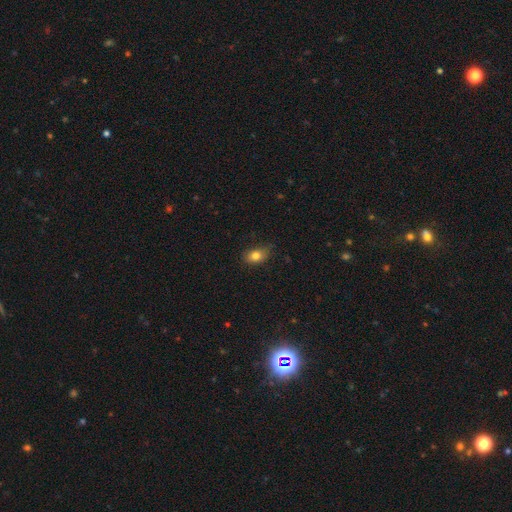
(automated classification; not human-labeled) Q: Smooth or featured?
A: smooth (81%); runner-up: star or artifact (11%)
Q: How rounded?
A: in between (75%); runner-up: round (23%)
Q: Merging?
A: none (72%); runner-up: minor disturbance (23%)